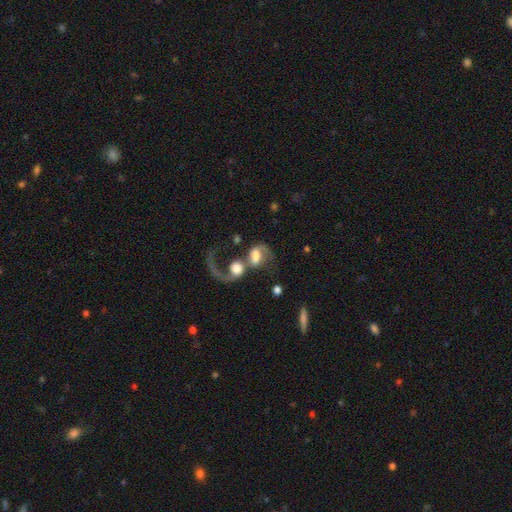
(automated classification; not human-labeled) Smooth or featured: featured or disk — 52% (smooth — 39%)
Edge-on disk: no — 96% (yes — 4%)
Merging: merger — 66% (major disturbance — 17%)